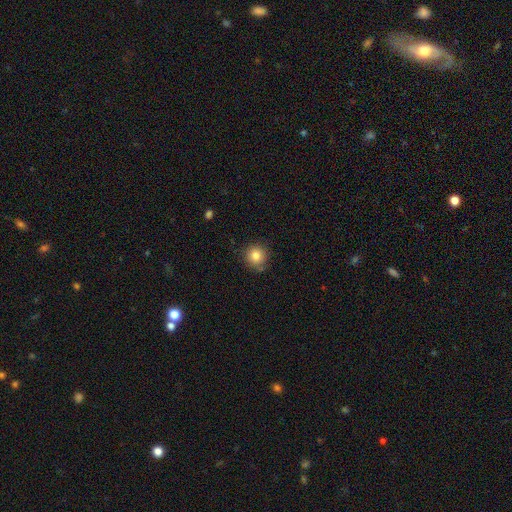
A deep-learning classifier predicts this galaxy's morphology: type=smooth (82%); roundness=round (94%); merging=none (83%).